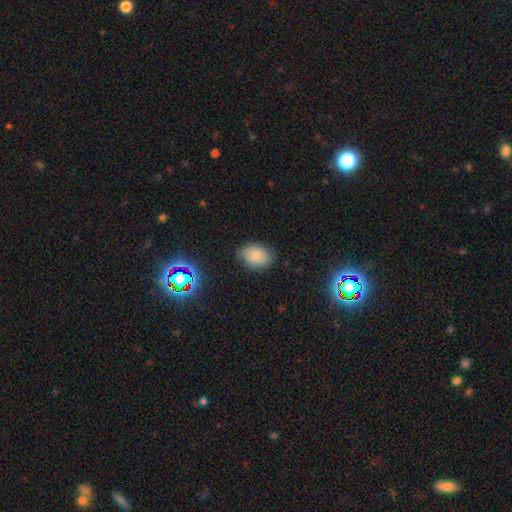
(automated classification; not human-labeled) smooth-or-featured: smooth: 79% | star or artifact: 11% | featured or disk: 10%
  how-rounded: in between: 80% | round: 19% | cigar-shaped: 1%
  merging: none: 76% | minor disturbance: 19% | major disturbance: 4% | merger: 1%